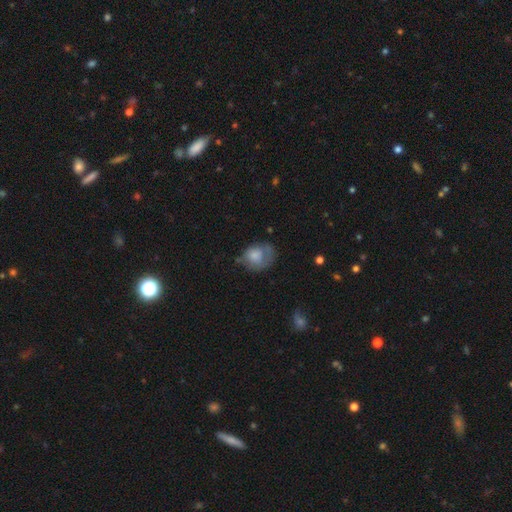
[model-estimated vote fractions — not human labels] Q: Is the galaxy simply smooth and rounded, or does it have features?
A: smooth — 68%.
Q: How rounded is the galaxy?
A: round — 56%.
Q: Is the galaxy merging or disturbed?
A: none — 41%.